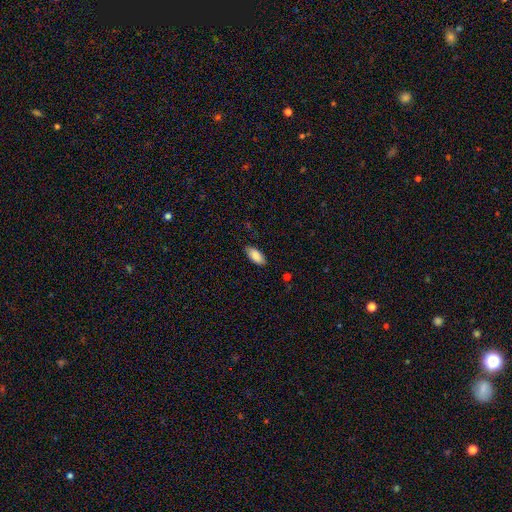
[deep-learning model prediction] Smooth or featured?
  - smooth: 86% *
  - featured or disk: 7%
  - star or artifact: 6%
How rounded?
  - in between: 89% *
  - cigar-shaped: 9%
  - round: 2%
Merging?
  - none: 83% *
  - minor disturbance: 13%
  - major disturbance: 2%
  - merger: 1%